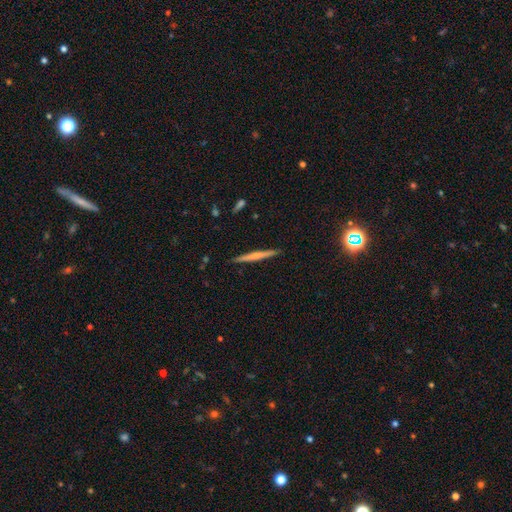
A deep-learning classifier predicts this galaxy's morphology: type=smooth (49%); merging=none (91%).